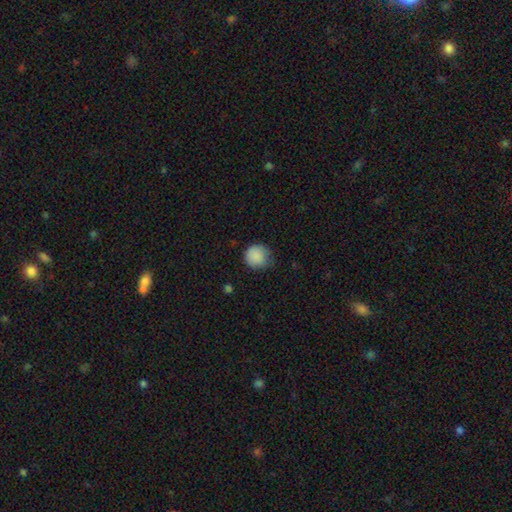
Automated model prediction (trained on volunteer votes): Smooth or featured? smooth (87%)
How rounded? round (91%)
Merging? none (67%)